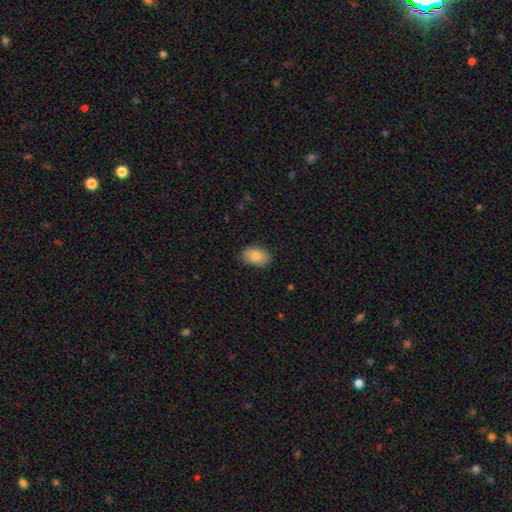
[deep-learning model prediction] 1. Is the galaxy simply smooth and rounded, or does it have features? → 83% smooth, 10% featured or disk, 7% star or artifact.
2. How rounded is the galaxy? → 87% in between, 12% round, 1% cigar-shaped.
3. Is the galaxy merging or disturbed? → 84% none, 13% minor disturbance, 2% major disturbance, 1% merger.